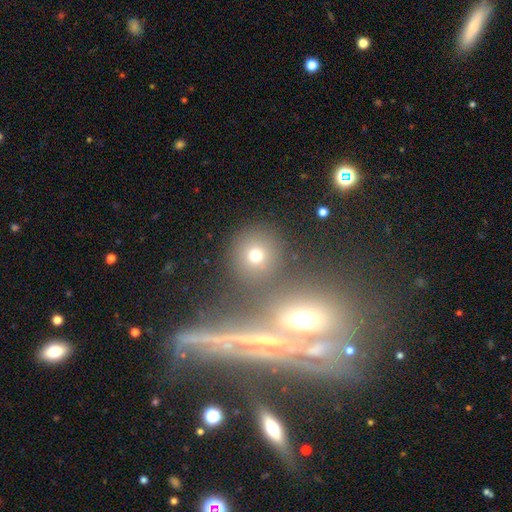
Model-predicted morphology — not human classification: Smooth or featured: smooth — 69% (star or artifact — 21%)
How rounded: round — 90% (in between — 9%)
Merging: none — 76% (merger — 12%)